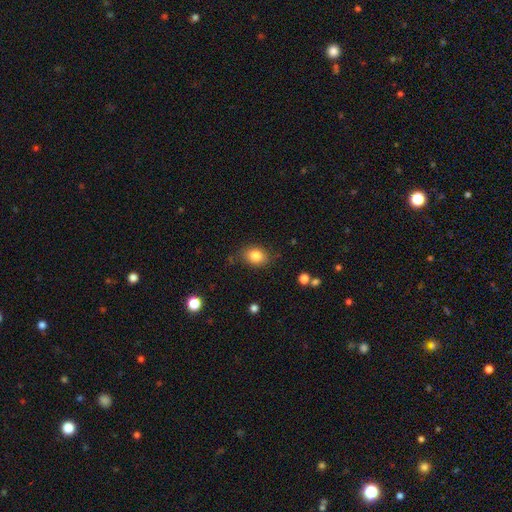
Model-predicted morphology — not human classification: A smooth galaxy with no disk features (84%) that is in between round and cigar-shaped (63%).

Vote fractions:
- Smooth or featured? smooth: 84% / star or artifact: 9% / featured or disk: 7%
- How rounded? in between: 63% / round: 36% / cigar-shaped: 1%
- Merging? none: 79% / minor disturbance: 15% / major disturbance: 4% / merger: 2%